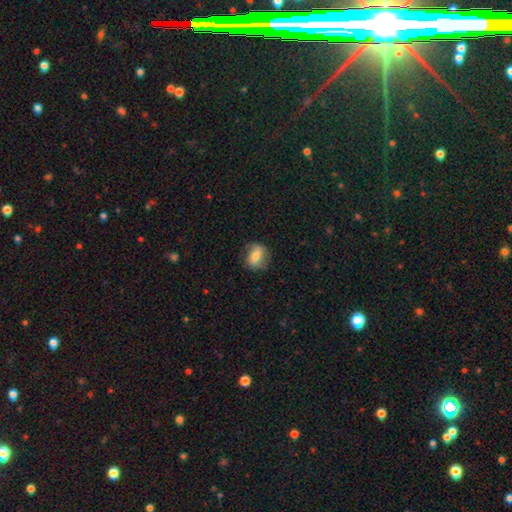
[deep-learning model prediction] Morphology: type=smooth (69%); roundness=in between (57%); merging=none (76%).